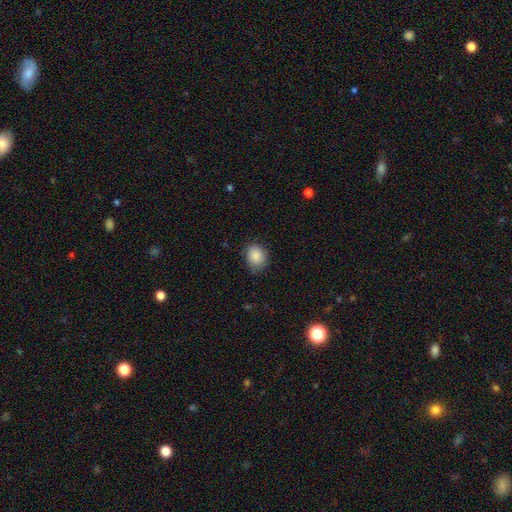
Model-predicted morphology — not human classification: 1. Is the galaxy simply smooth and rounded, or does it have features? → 87% smooth, 8% star or artifact, 4% featured or disk.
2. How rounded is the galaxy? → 53% round, 46% in between, 1% cigar-shaped.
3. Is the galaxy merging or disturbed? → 74% none, 21% minor disturbance, 4% major disturbance, 1% merger.